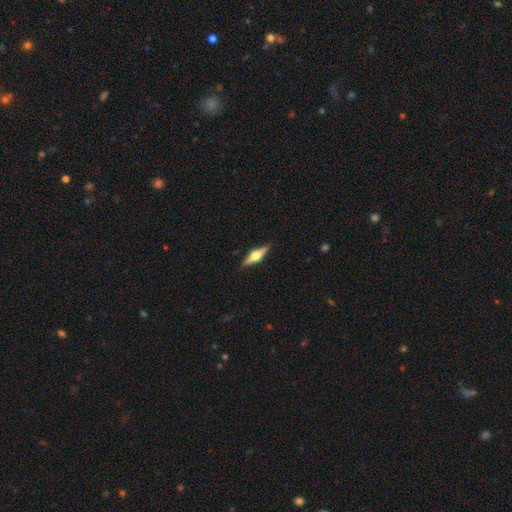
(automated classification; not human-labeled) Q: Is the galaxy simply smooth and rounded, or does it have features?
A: featured or disk — 74%.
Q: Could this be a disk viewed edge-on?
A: yes — 97%.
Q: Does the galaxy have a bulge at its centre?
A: rounded — 94%.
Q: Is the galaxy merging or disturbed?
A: none — 88%.